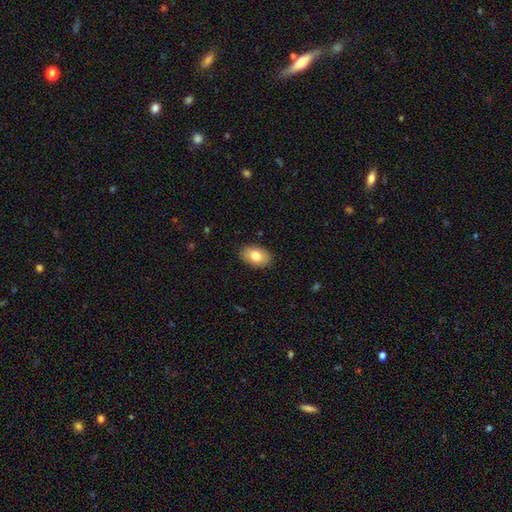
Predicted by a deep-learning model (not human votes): Smooth or featured? Predicted: smooth (p=0.79). How rounded? Predicted: in between (p=0.90). Merging? Predicted: none (p=0.89).